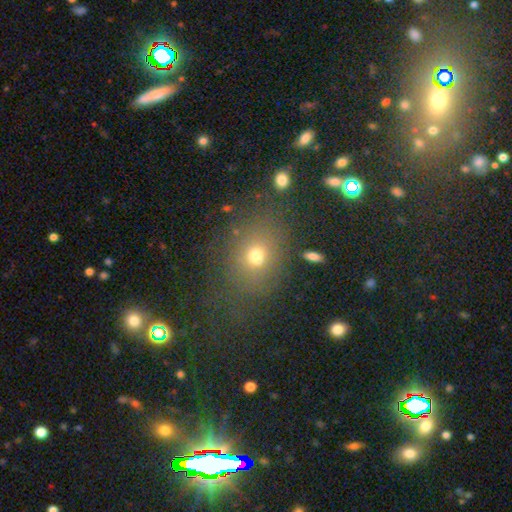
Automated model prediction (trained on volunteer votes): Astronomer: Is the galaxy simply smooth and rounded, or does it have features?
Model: smooth — 67%.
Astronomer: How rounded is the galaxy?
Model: in between — 56% (runner-up: round, 42%).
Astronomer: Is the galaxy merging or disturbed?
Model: none — 72%.